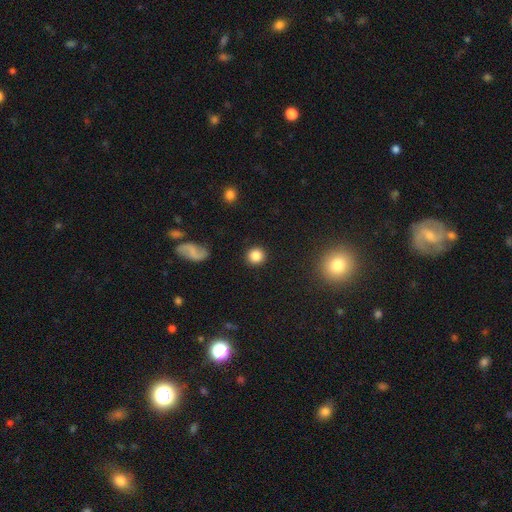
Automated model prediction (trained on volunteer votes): Smooth or featured?
  - smooth: 83% *
  - star or artifact: 10%
  - featured or disk: 7%
How rounded?
  - round: 92% *
  - in between: 7%
  - cigar-shaped: 1%
Merging?
  - none: 90% *
  - minor disturbance: 6%
  - major disturbance: 2%
  - merger: 2%